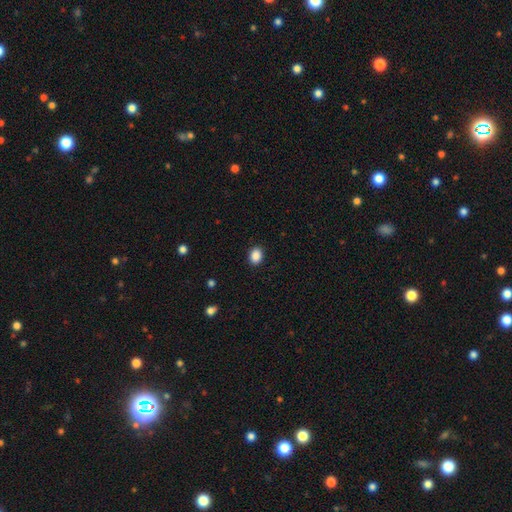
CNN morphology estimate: The model was most divided on "how rounded": in between: 56%, round: 43%, cigar-shaped: 1%. More confident: merging — none (90%); smooth or featured — smooth (88%).